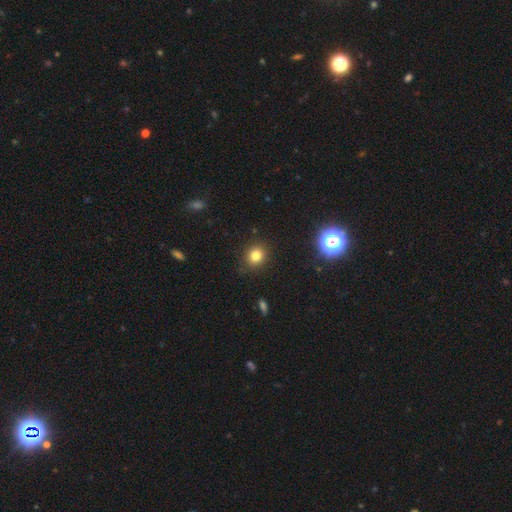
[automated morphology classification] smooth 80%, star or artifact 14%, featured or disk 6%. Down the decision tree: how rounded — round (76%); merging — none (87%).